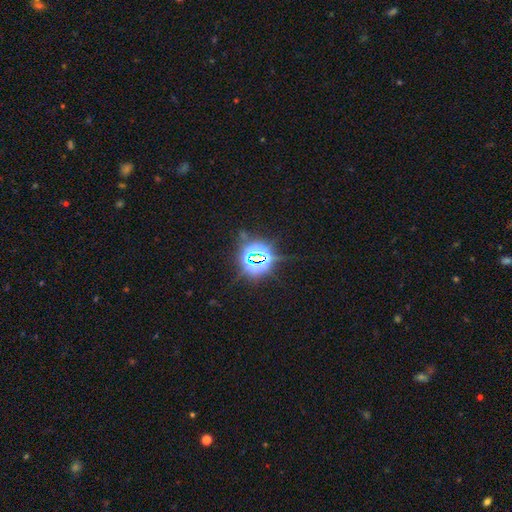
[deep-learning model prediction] This is clearly a star or artifact rather than a galaxy (80%).